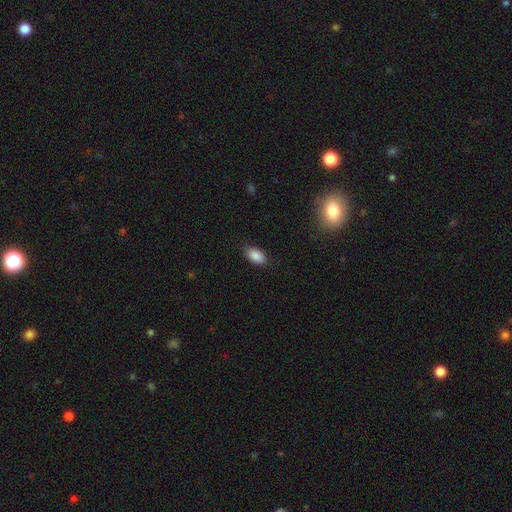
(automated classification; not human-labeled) This appears to be a smooth galaxy with no disk features (88%) that is in between round and cigar-shaped (92%). Merging: none (82%).